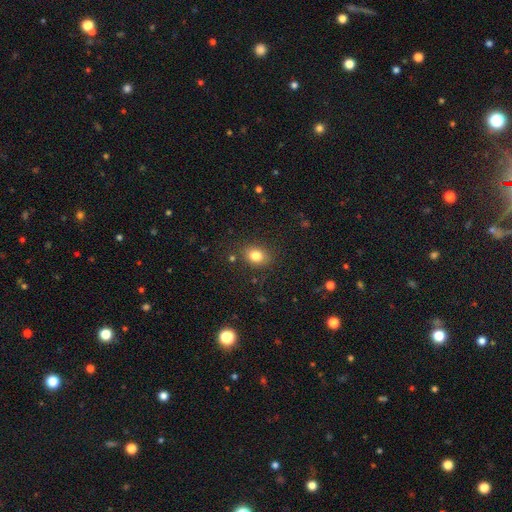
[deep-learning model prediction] A smooth galaxy with no disk features (81%) that is in between round and cigar-shaped (56%).

Vote fractions:
- Smooth or featured? smooth: 81% / star or artifact: 12% / featured or disk: 7%
- How rounded? in between: 56% / round: 42% / cigar-shaped: 1%
- Merging? none: 83% / minor disturbance: 11% / major disturbance: 3% / merger: 3%